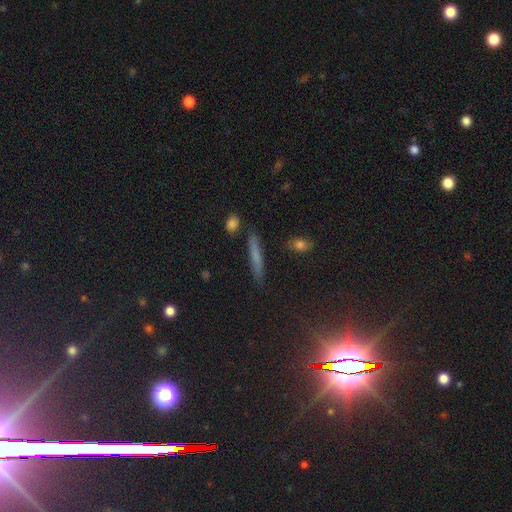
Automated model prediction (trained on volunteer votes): Q: Smooth or featured?
A: smooth (61%); runner-up: featured or disk (26%)
Q: How rounded?
A: cigar-shaped (91%); runner-up: in between (6%)
Q: Merging?
A: none (84%); runner-up: minor disturbance (11%)